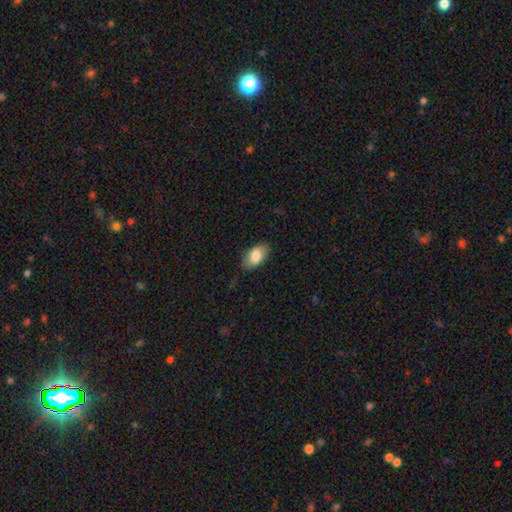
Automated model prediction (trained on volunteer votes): Morphology: type=smooth (82%); roundness=in between (93%); merging=none (81%).